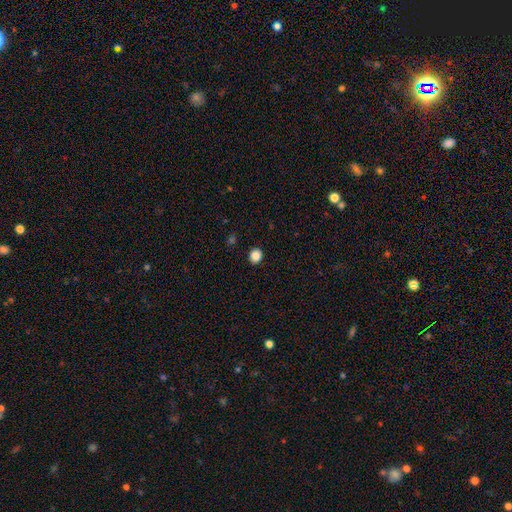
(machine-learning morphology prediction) Smooth or featured: smooth — 86% (star or artifact — 10%)
How rounded: round — 80% (in between — 19%)
Merging: none — 91% (minor disturbance — 6%)